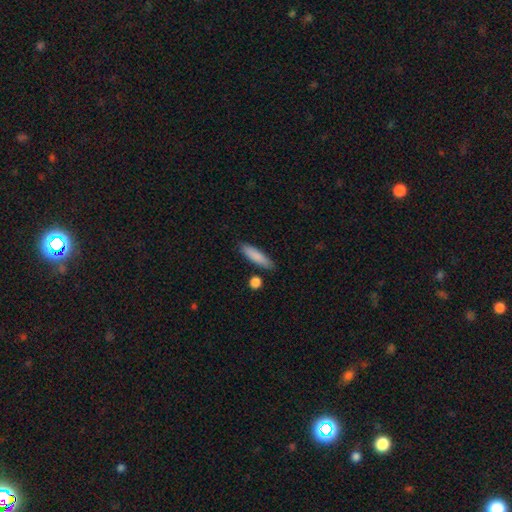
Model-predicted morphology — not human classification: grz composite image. It shows a smooth galaxy with no disk features (85%) that is cigar-shaped (71%). Merging: none (84%).